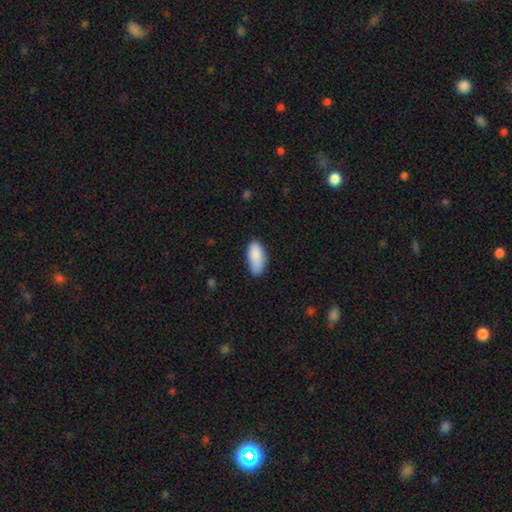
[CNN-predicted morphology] The model was most divided on "merging": none: 68%, minor disturbance: 25%, major disturbance: 4%, merger: 2%. More confident: how rounded — in between (88%); smooth or featured — smooth (88%).